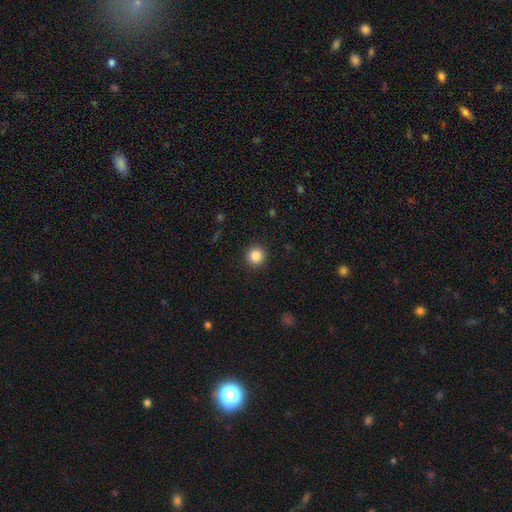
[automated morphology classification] Smooth or featured: smooth — 86% (star or artifact — 10%)
How rounded: round — 94% (in between — 5%)
Merging: none — 90% (minor disturbance — 7%)